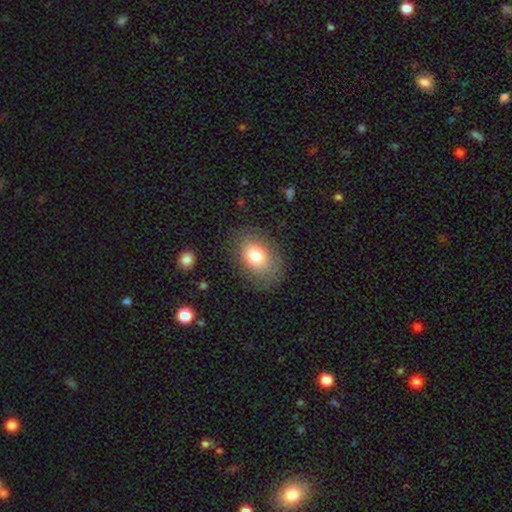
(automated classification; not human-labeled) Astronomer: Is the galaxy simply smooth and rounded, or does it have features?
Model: smooth — 77%.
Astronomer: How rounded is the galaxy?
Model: in between — 71%.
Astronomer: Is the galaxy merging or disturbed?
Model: none — 79%.